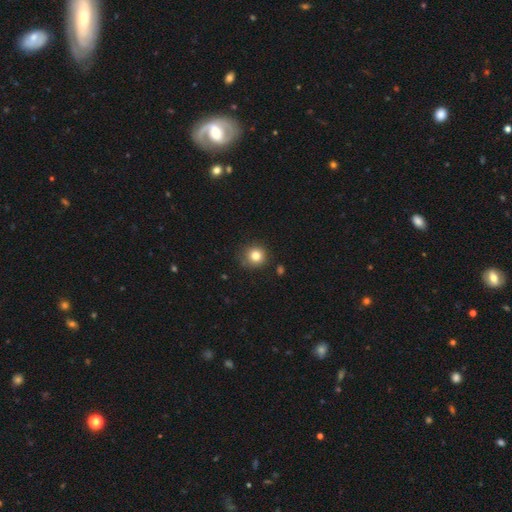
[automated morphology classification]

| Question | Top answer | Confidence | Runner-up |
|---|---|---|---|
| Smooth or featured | smooth | 82% | star or artifact (12%) |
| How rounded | round | 92% | in between (7%) |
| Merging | none | 84% | minor disturbance (11%) |